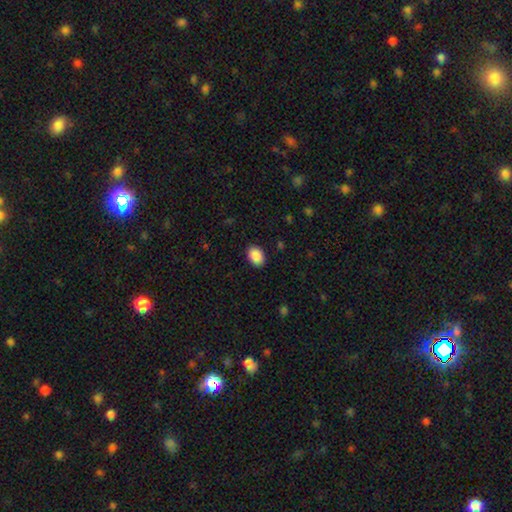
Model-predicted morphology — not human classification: Smooth or featured: smooth — 90% (star or artifact — 7%)
How rounded: in between — 83% (round — 16%)
Merging: none — 89% (minor disturbance — 8%)